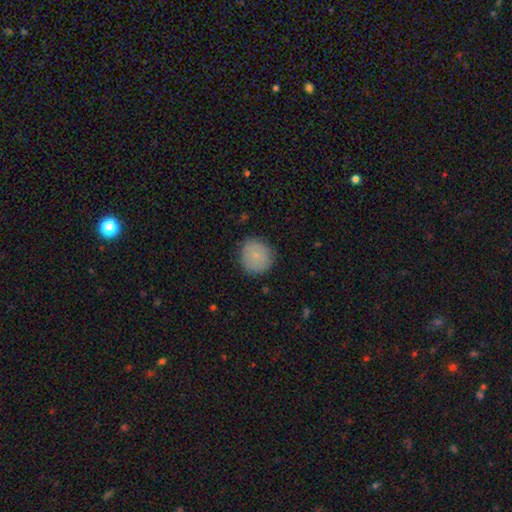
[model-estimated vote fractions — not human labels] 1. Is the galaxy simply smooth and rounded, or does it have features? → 81% smooth, 11% featured or disk, 8% star or artifact.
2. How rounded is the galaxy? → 86% round, 13% in between, 1% cigar-shaped.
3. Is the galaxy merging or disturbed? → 80% none, 16% minor disturbance, 3% major disturbance, 1% merger.